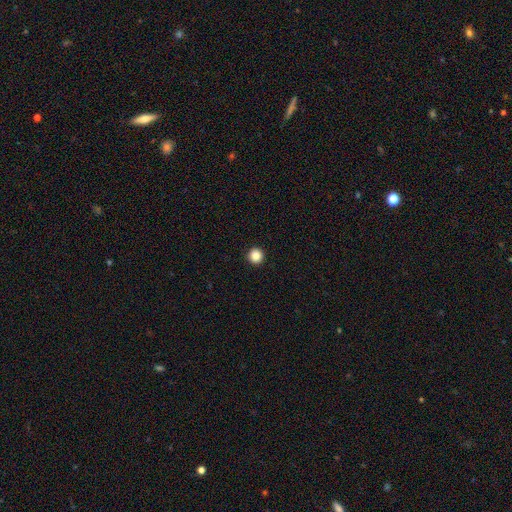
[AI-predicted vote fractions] Smooth or featured?
  - smooth: 87% *
  - star or artifact: 10%
  - featured or disk: 3%
How rounded?
  - round: 97% *
  - in between: 2%
  - cigar-shaped: 1%
Merging?
  - none: 94% *
  - minor disturbance: 3%
  - major disturbance: 1%
  - merger: 1%